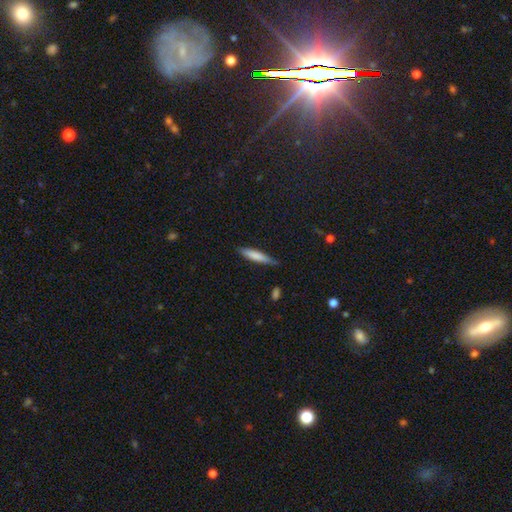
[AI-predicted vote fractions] A smooth galaxy with no disk features (75%) that is cigar-shaped (88%). Merging: none (80%).